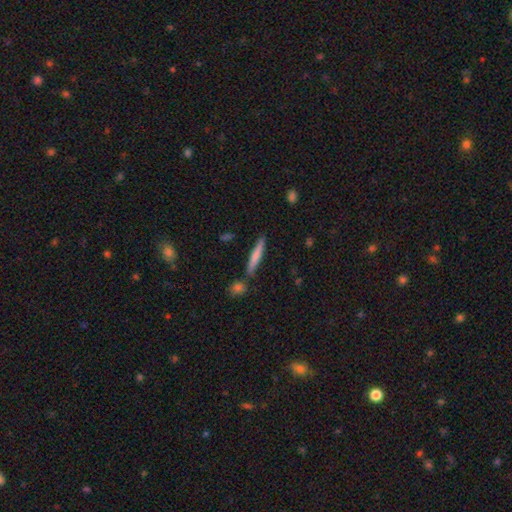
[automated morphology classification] The model was most divided on "smooth or featured": smooth: 72%, featured or disk: 23%, star or artifact: 6%. More confident: how rounded — cigar-shaped (93%); merging — none (82%).